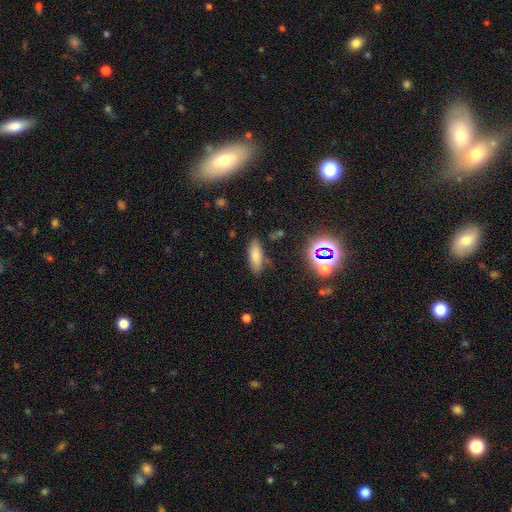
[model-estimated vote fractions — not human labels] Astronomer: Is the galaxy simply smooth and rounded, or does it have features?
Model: smooth — 74%.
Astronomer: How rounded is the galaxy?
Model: in between — 70%.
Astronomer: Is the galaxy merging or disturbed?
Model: none — 77%.